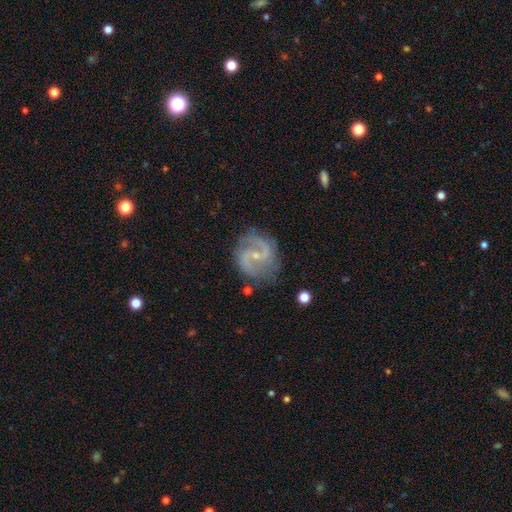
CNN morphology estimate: Smooth or featured?
  - featured or disk: 88% *
  - smooth: 6%
  - star or artifact: 6%
Edge-on disk?
  - no: 98% *
  - yes: 2%
Bar?
  - weak: 47% *
  - no: 34%
  - strong: 19%
Spiral arms?
  - yes: 97% *
  - no: 3%
Spiral winding?
  - medium: 54% *
  - loose: 28%
  - tight: 18%
Spiral arm count?
  - 2: 90% *
  - can't tell: 3%
  - 3: 2%
  - 1: 2%
  - 4: 1%
  - more than 4: 1%
Bulge size?
  - small: 75% *
  - moderate: 20%
  - none: 4%
  - large: 1%
  - dominant: 1%
Merging?
  - none: 77% *
  - minor disturbance: 16%
  - major disturbance: 5%
  - merger: 2%